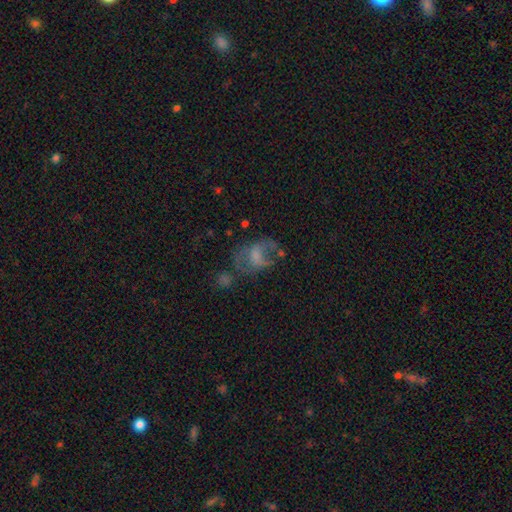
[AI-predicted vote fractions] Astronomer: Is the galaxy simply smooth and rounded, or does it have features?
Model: featured or disk — 49% (runner-up: smooth, 38%).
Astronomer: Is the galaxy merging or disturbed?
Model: major disturbance — 36% (runner-up: none, 34%).